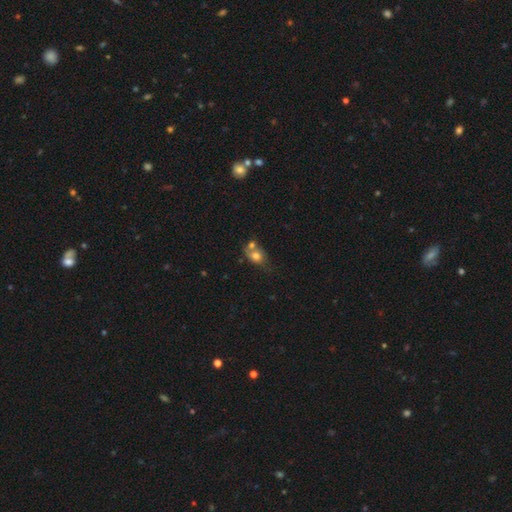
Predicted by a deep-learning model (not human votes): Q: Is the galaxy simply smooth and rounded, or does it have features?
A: smooth — 72%.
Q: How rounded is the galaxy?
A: in between — 58%.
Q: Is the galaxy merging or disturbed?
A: merger — 45%.